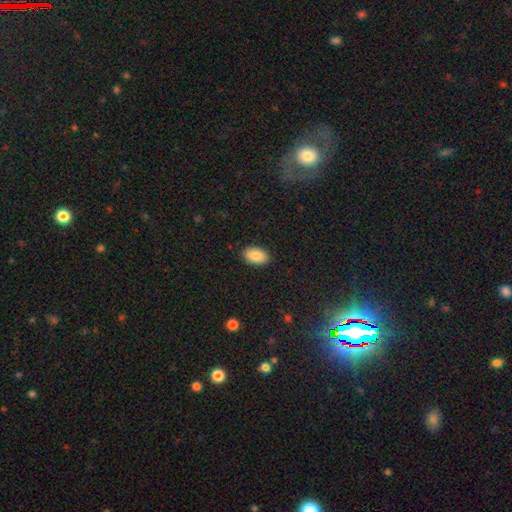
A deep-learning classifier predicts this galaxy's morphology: Q: Smooth or featured?
A: smooth (88%); runner-up: star or artifact (7%)
Q: How rounded?
A: in between (93%); runner-up: round (6%)
Q: Merging?
A: none (89%); runner-up: minor disturbance (8%)